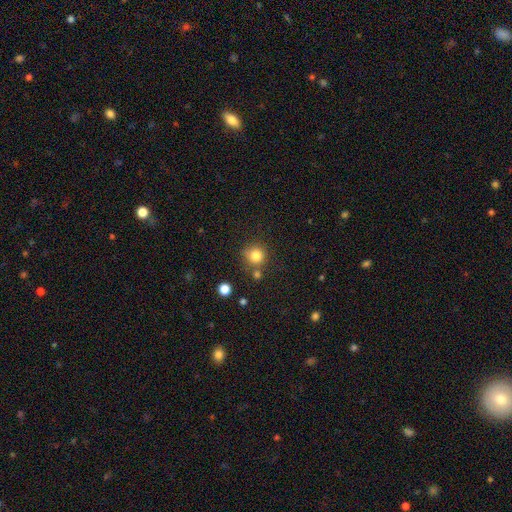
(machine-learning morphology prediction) Q: Smooth or featured?
A: smooth (82%); runner-up: star or artifact (12%)
Q: How rounded?
A: round (91%); runner-up: in between (8%)
Q: Merging?
A: none (70%); runner-up: minor disturbance (13%)